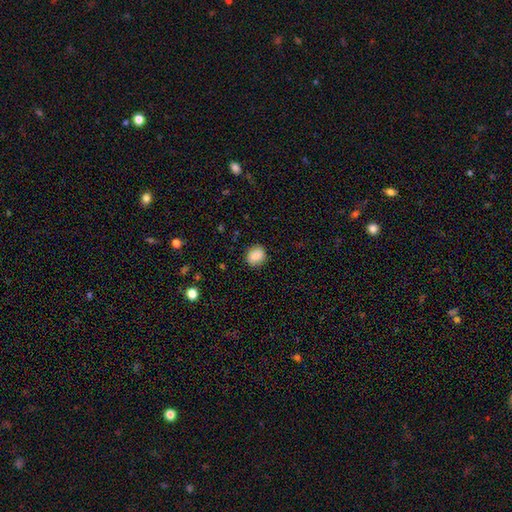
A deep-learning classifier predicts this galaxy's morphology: This is clearly a smooth galaxy (86%). How rounded: likely round (68%). Merging: clearly none (87%).